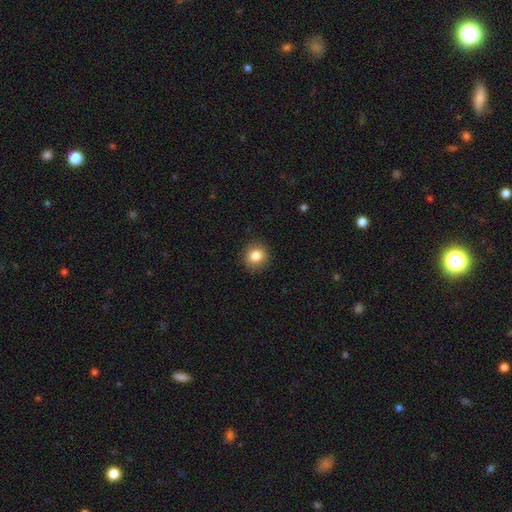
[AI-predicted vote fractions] Overall: smooth (84%). How rounded: round (83%). Merging: none (88%).